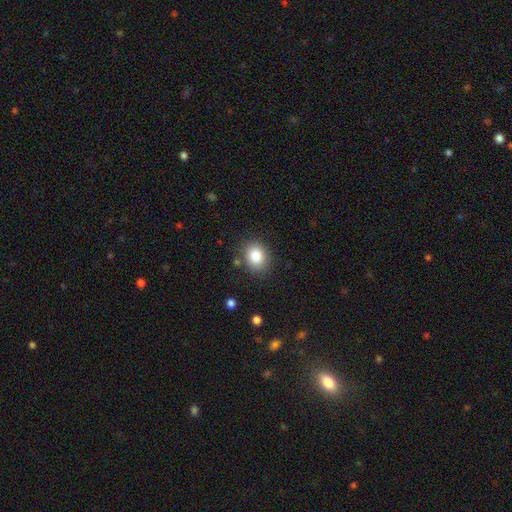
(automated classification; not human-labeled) A smooth galaxy with no disk features (83%) that is round (58%).

Vote fractions:
- Smooth or featured? smooth: 83% / star or artifact: 10% / featured or disk: 7%
- How rounded? round: 58% / in between: 41% / cigar-shaped: 1%
- Merging? none: 84% / minor disturbance: 10% / major disturbance: 3% / merger: 3%